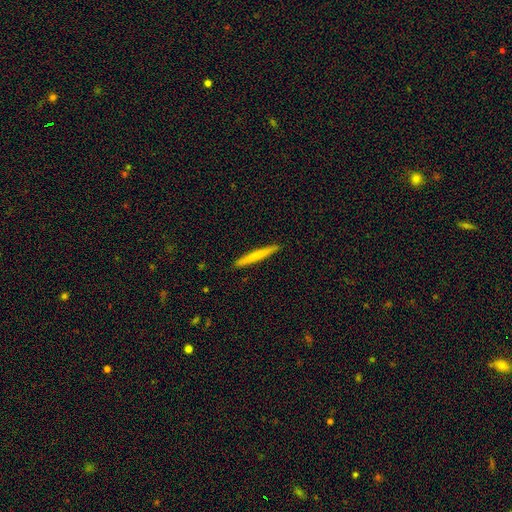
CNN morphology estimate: A smooth galaxy with no disk features (68%) that is cigar-shaped (97%). Merging: none (92%).